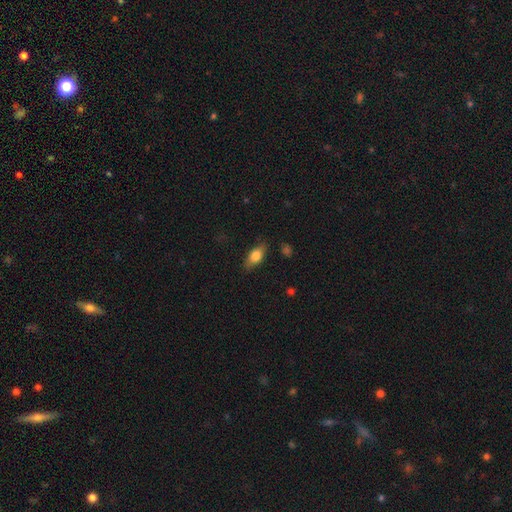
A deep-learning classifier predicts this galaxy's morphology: Smooth or featured? smooth (71%)
How rounded? in between (80%)
Merging? none (81%)